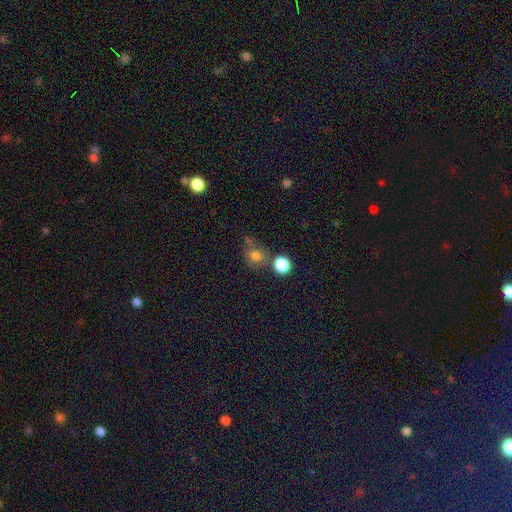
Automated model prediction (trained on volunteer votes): Smooth or featured? Predicted: smooth (p=0.72). How rounded? Predicted: round (p=0.69). Merging? Predicted: none (p=0.52).